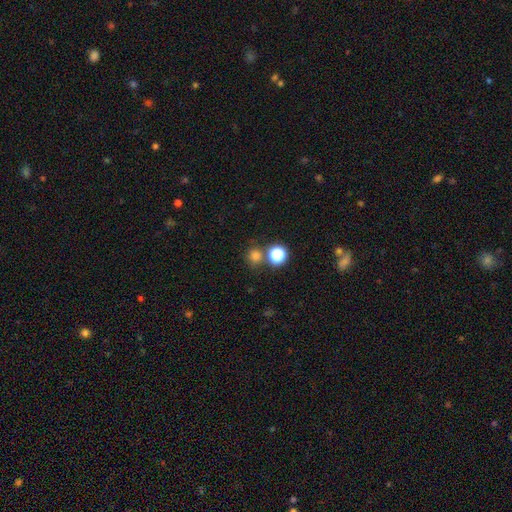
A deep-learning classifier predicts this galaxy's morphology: smooth 74%, star or artifact 20%, featured or disk 5%. Down the decision tree: how rounded — round (89%); merging — none (71%).